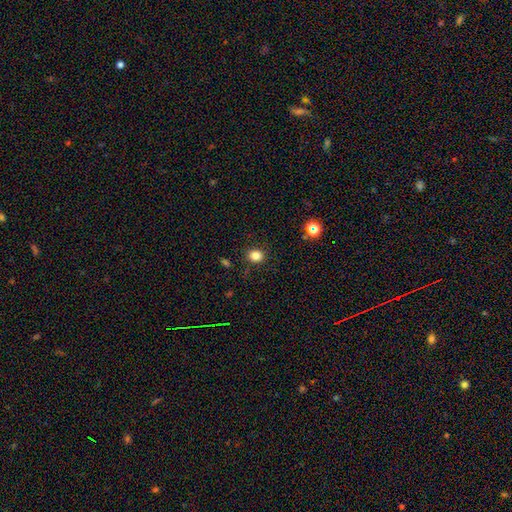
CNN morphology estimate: Smooth or featured?
  - smooth: 82% *
  - star or artifact: 13%
  - featured or disk: 5%
How rounded?
  - round: 71% *
  - in between: 28%
  - cigar-shaped: 1%
Merging?
  - none: 87% *
  - minor disturbance: 8%
  - major disturbance: 3%
  - merger: 1%